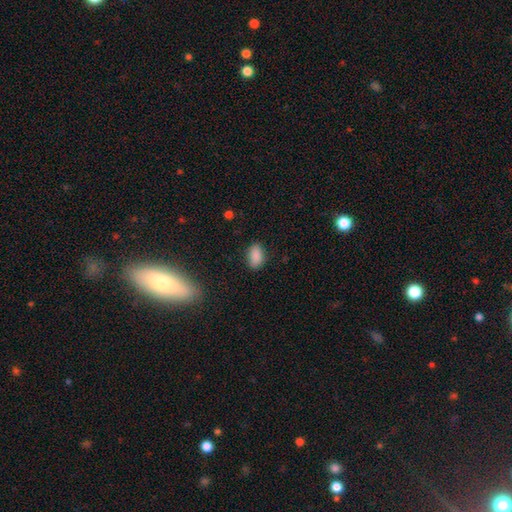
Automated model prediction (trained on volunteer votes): A smooth galaxy with no disk features (88%) that is in between round and cigar-shaped (91%).

Vote fractions:
- Smooth or featured? smooth: 88% / star or artifact: 8% / featured or disk: 4%
- How rounded? in between: 91% / round: 7% / cigar-shaped: 2%
- Merging? none: 85% / minor disturbance: 11% / major disturbance: 3% / merger: 1%